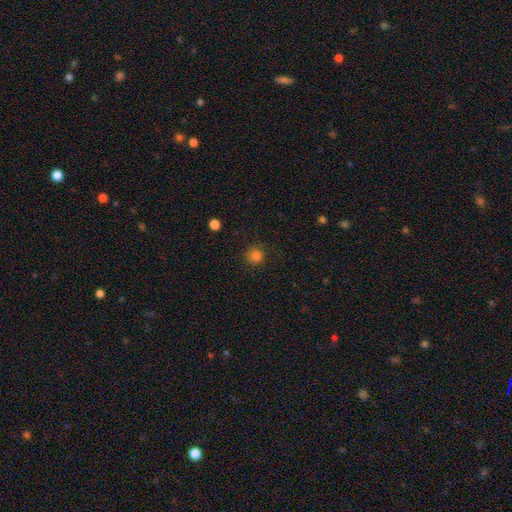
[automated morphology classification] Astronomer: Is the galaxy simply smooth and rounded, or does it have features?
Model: smooth — 83%.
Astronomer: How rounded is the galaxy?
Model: round — 93%.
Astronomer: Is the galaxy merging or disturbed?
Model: none — 87%.